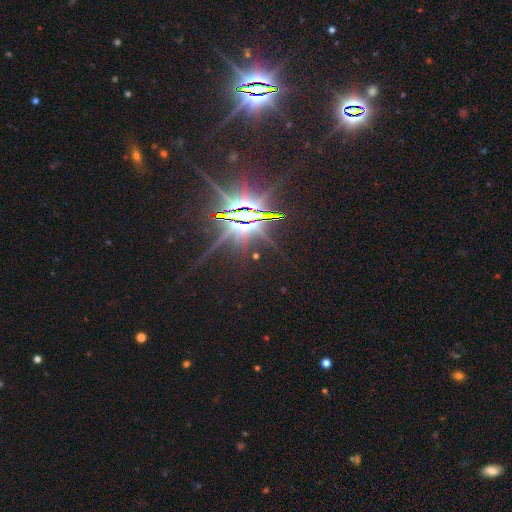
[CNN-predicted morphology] A star or artifact, not a galaxy (78%).

Vote fractions:
- Smooth or featured? star or artifact: 78% / featured or disk: 15% / smooth: 6%